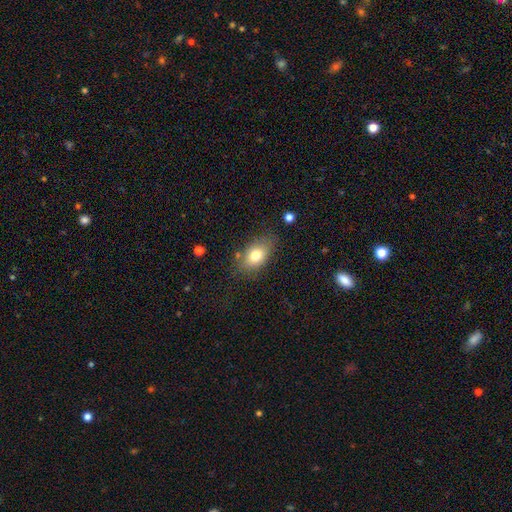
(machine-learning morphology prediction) Q: Smooth or featured?
A: smooth (76%); runner-up: featured or disk (15%)
Q: How rounded?
A: in between (85%); runner-up: round (13%)
Q: Merging?
A: none (76%); runner-up: minor disturbance (17%)